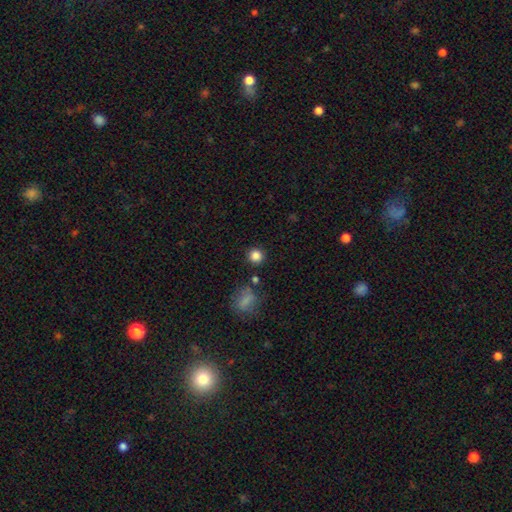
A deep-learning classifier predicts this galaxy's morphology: Overall: smooth (83%). How rounded: round (92%). Merging: none (85%).